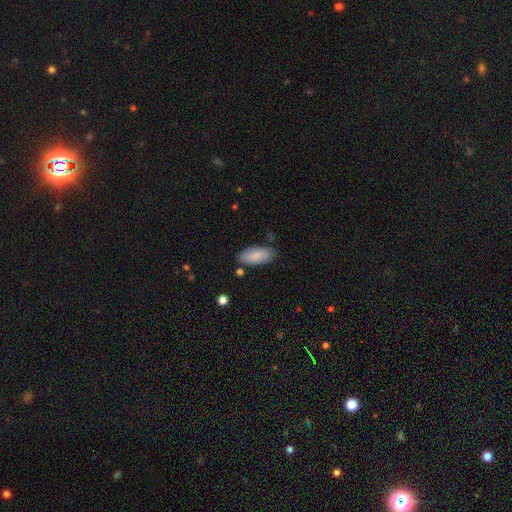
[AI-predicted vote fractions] This is clearly a smooth galaxy (83%). How rounded: clearly in between (86%). Merging: clearly none (81%).